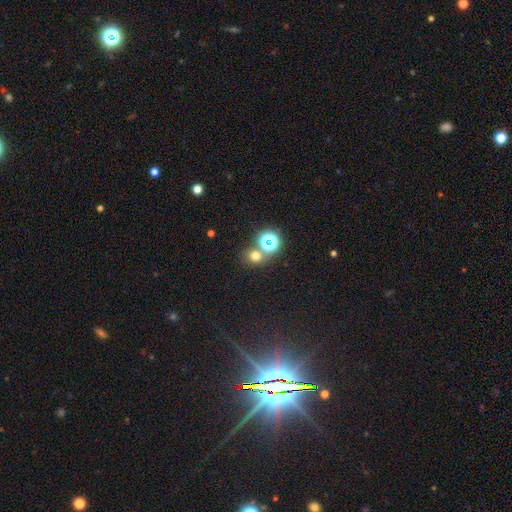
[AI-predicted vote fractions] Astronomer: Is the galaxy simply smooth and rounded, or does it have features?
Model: smooth — 60%.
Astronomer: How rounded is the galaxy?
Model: round — 79%.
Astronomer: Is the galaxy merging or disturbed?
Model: none — 69%.